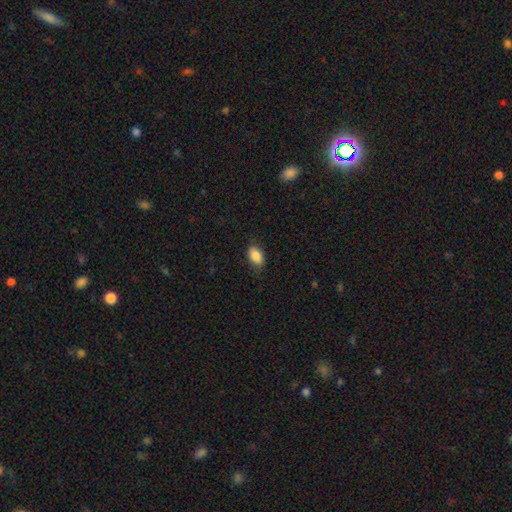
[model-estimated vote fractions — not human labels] smooth_or_featured: smooth (p=0.87) [alt: star or artifact p=0.08]
how_rounded: in between (p=0.90) [alt: round p=0.08]
merging: none (p=0.83) [alt: minor disturbance p=0.13]